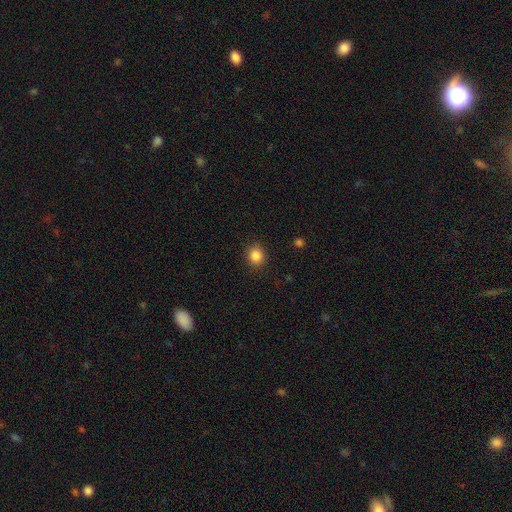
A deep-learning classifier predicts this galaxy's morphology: Q: Smooth or featured?
A: smooth (86%); runner-up: star or artifact (11%)
Q: How rounded?
A: round (83%); runner-up: in between (16%)
Q: Merging?
A: none (90%); runner-up: minor disturbance (7%)